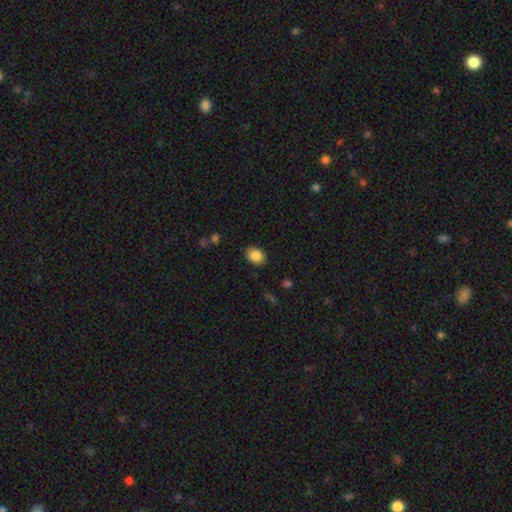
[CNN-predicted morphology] The model was most divided on "how rounded": in between: 71%, round: 28%, cigar-shaped: 1%. More confident: smooth or featured — smooth (86%); merging — none (86%).